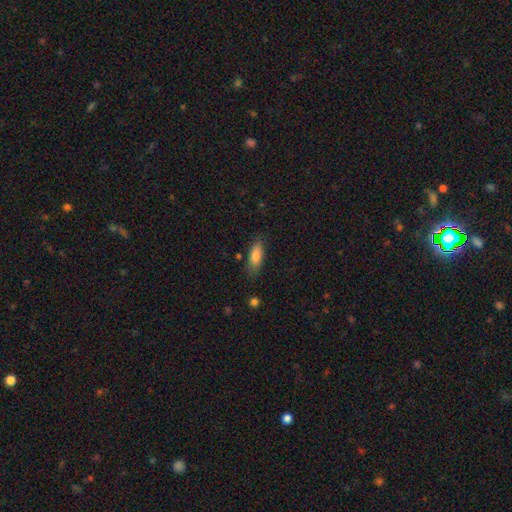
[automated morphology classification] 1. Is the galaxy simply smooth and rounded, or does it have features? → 80% smooth, 12% featured or disk, 7% star or artifact.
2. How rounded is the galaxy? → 70% in between, 28% cigar-shaped, 2% round.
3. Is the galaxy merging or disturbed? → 78% none, 16% minor disturbance, 4% major disturbance, 2% merger.